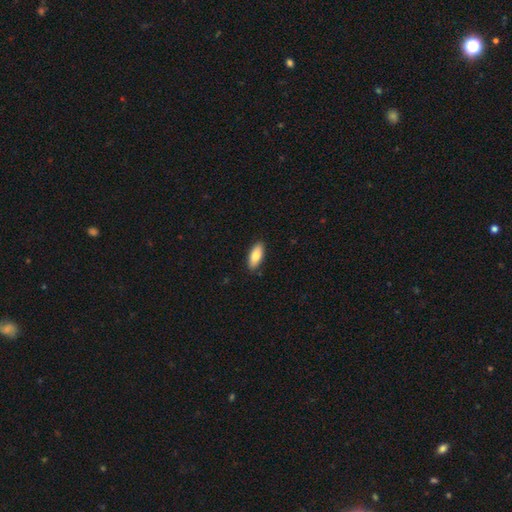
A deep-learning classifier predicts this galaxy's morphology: This appears to be a smooth galaxy with no disk features (84%) that is in between round and cigar-shaped (80%). Merging: none (88%).